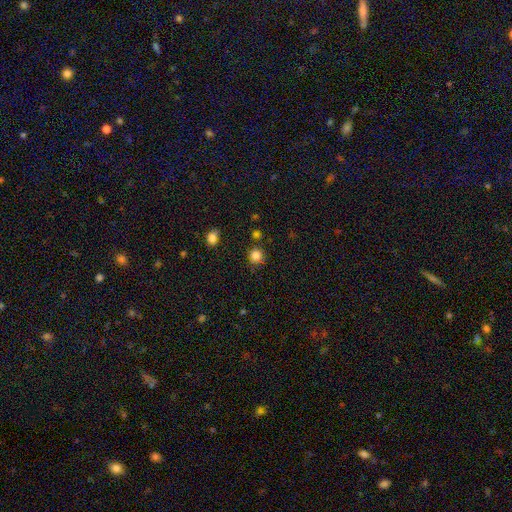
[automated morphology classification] type=smooth (83%); roundness=round (87%); merging=none (79%).